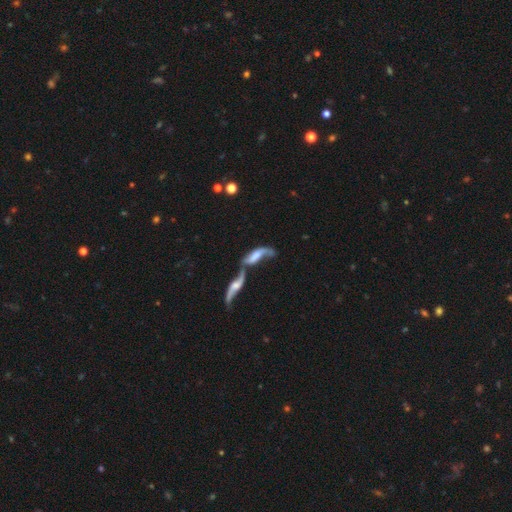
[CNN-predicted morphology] A featured or disk galaxy (66%) with no bar (48%), spiral arms (82%) and a moderate central bulge (31%).

Vote fractions:
- Smooth or featured? featured or disk: 66% / smooth: 27% / star or artifact: 8%
- Edge-on disk? no: 79% / yes: 21%
- Bar? no: 48% / weak: 36% / strong: 16%
- Spiral arms? yes: 82% / no: 18%
- Bulge size? moderate: 31% / small: 26% / none: 25% / large: 16% / dominant: 3%
- Merging? merger: 70% / none: 13% / major disturbance: 10% / minor disturbance: 7%